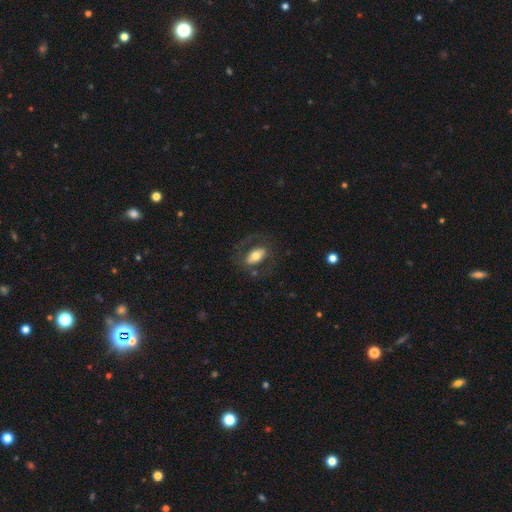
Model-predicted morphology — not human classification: smooth_or_featured: smooth (p=0.56) [alt: featured or disk p=0.37]
how_rounded: in between (p=0.88) [alt: round p=0.07]
merging: none (p=0.66) [alt: minor disturbance p=0.16]